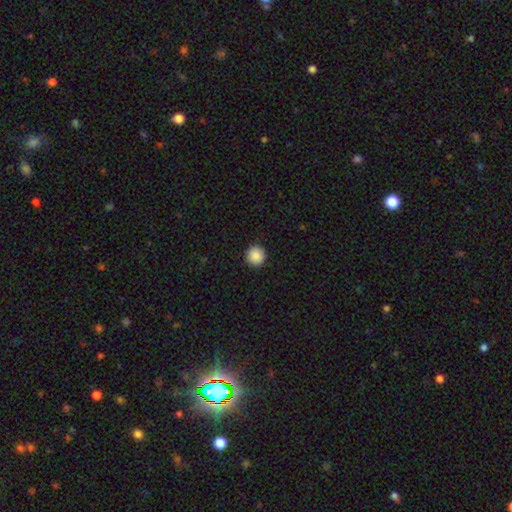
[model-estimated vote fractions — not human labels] A smooth galaxy with no disk features (89%) that is round (95%).

Vote fractions:
- Smooth or featured? smooth: 89% / star or artifact: 9% / featured or disk: 3%
- How rounded? round: 95% / in between: 4% / cigar-shaped: 1%
- Merging? none: 92% / minor disturbance: 5% / major disturbance: 2% / merger: 1%